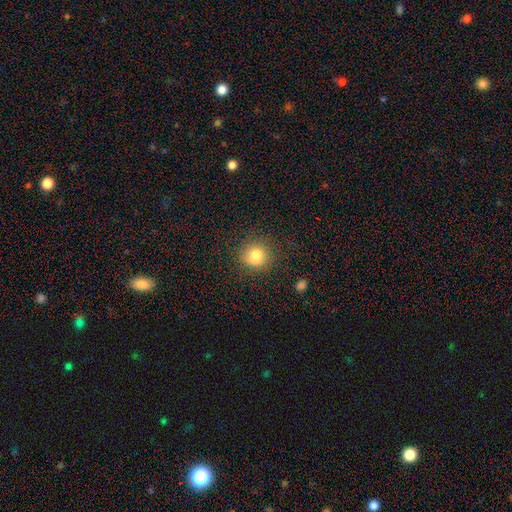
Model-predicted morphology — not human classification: Smooth or featured?
  - smooth: 77% *
  - star or artifact: 13%
  - featured or disk: 10%
How rounded?
  - round: 88% *
  - in between: 11%
  - cigar-shaped: 1%
Merging?
  - none: 81% *
  - minor disturbance: 13%
  - major disturbance: 4%
  - merger: 2%